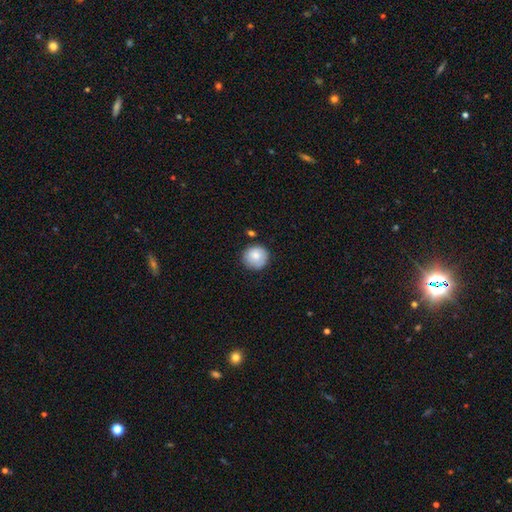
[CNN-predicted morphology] smooth 81%, featured or disk 12%, star or artifact 7%. Down the decision tree: how rounded — round (92%); merging — none (78%).